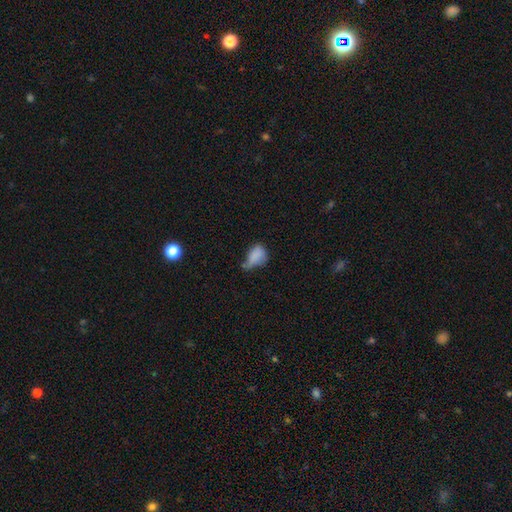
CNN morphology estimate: smooth-or-featured: smooth: 78% | featured or disk: 11% | star or artifact: 11%
  how-rounded: in between: 78% | round: 20% | cigar-shaped: 3%
  merging: minor disturbance: 37% | major disturbance: 28% | none: 24% | merger: 10%